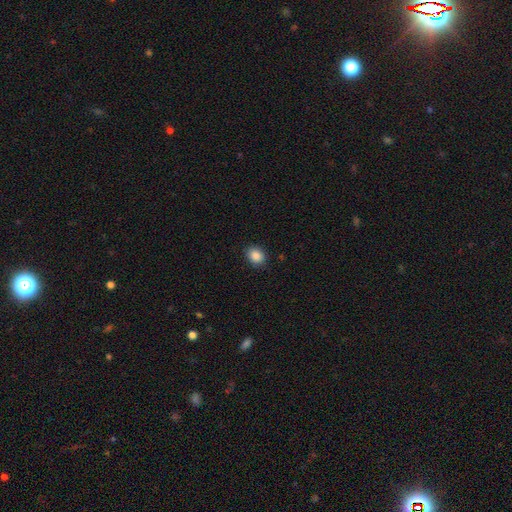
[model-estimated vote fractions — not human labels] Smooth or featured: smooth — 87% (star or artifact — 9%)
How rounded: in between — 52% (round — 47%)
Merging: none — 88% (minor disturbance — 9%)